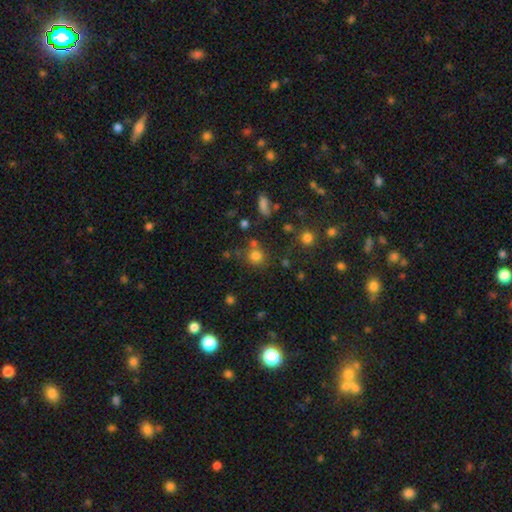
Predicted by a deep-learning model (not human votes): Morphology: type=smooth (75%); roundness=round (84%); merging=none (67%).